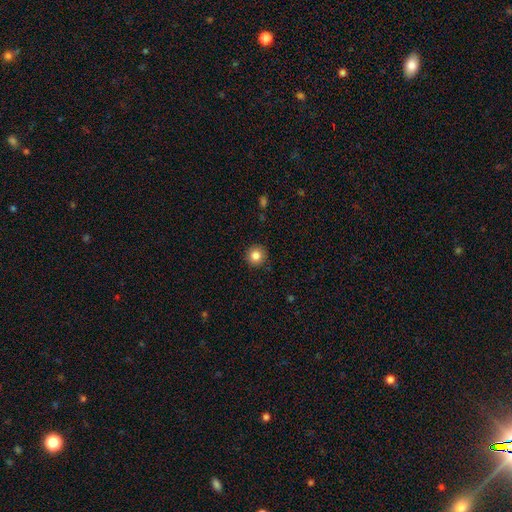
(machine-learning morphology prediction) Q: Smooth or featured?
A: smooth (84%); runner-up: star or artifact (10%)
Q: How rounded?
A: round (94%); runner-up: in between (5%)
Q: Merging?
A: none (90%); runner-up: minor disturbance (7%)